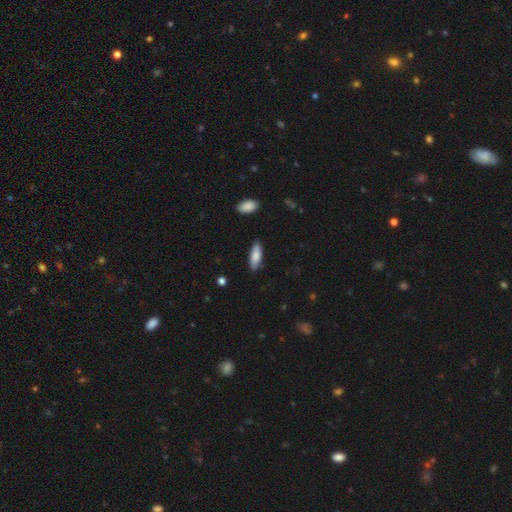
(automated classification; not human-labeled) Smooth or featured? smooth (80%)
How rounded? in between (60%)
Merging? none (85%)